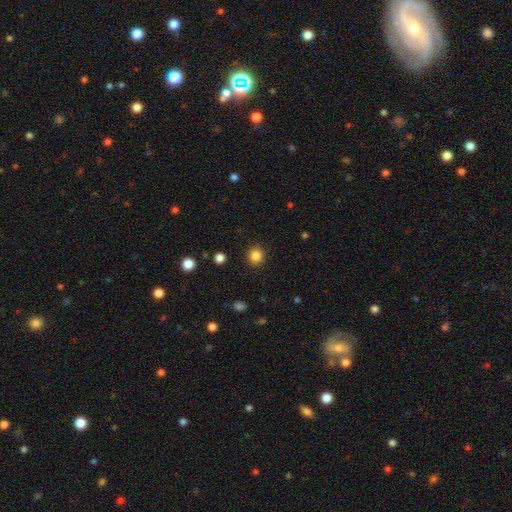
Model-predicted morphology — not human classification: Q: Smooth or featured?
A: smooth (84%); runner-up: star or artifact (11%)
Q: How rounded?
A: round (91%); runner-up: in between (8%)
Q: Merging?
A: none (92%); runner-up: minor disturbance (5%)